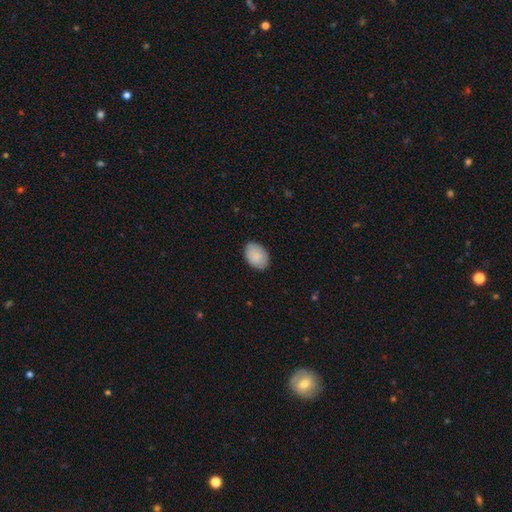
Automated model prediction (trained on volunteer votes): Smooth or featured? smooth (89%)
How rounded? in between (83%)
Merging? none (86%)